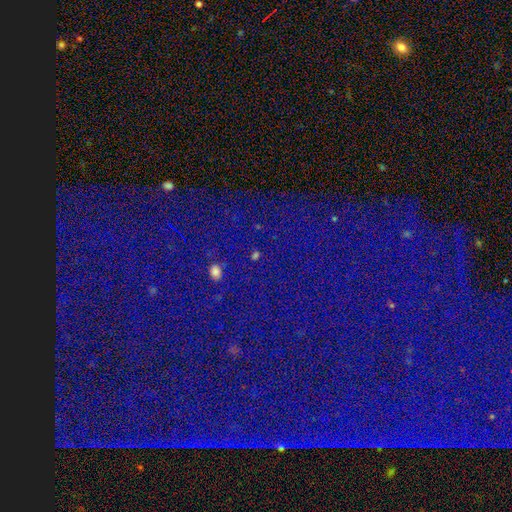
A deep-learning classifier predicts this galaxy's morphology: smooth_or_featured: star or artifact (p=0.65) [alt: smooth p=0.26]